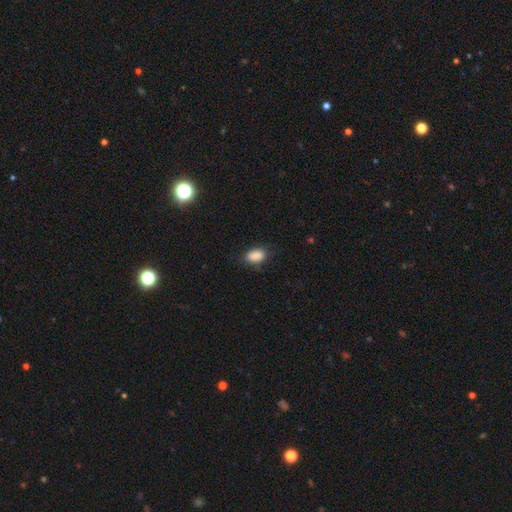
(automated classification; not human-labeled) This appears to be a smooth galaxy with no disk features (86%) that is in between round and cigar-shaped (88%). Merging: none (76%).